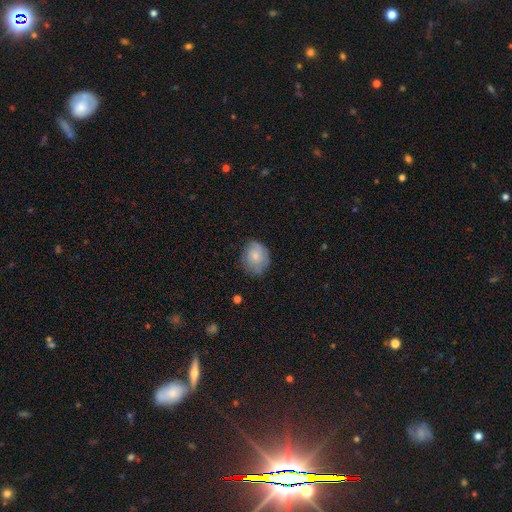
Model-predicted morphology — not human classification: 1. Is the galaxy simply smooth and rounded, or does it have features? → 69% smooth, 24% featured or disk, 7% star or artifact.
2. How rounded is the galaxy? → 54% round, 45% in between, 1% cigar-shaped.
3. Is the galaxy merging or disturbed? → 67% none, 25% minor disturbance, 6% major disturbance, 1% merger.